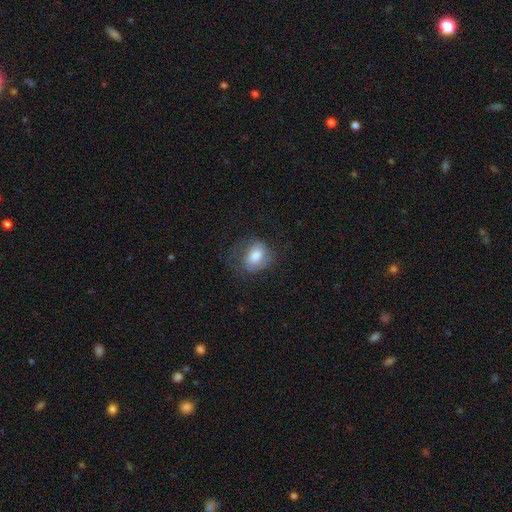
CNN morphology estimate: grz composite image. It shows a smooth galaxy with no disk features (65%) that is in between round and cigar-shaped (53%). Merging: none (54%).